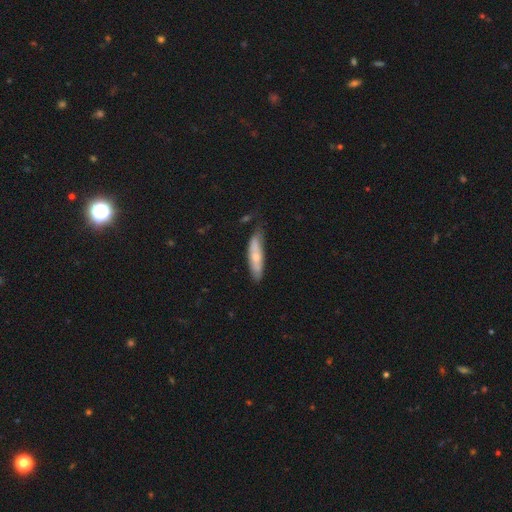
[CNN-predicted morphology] This is likely a smooth galaxy (61%). How rounded: likely cigar-shaped (69%). Merging: likely none (61%).